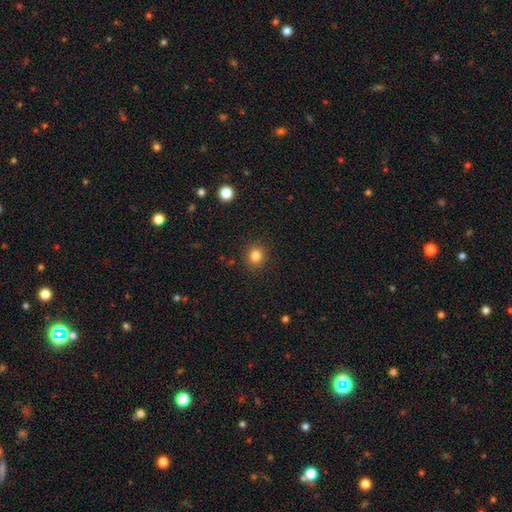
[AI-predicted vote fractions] Smooth or featured: smooth — 82% (star or artifact — 13%)
How rounded: round — 85% (in between — 14%)
Merging: none — 90% (minor disturbance — 7%)